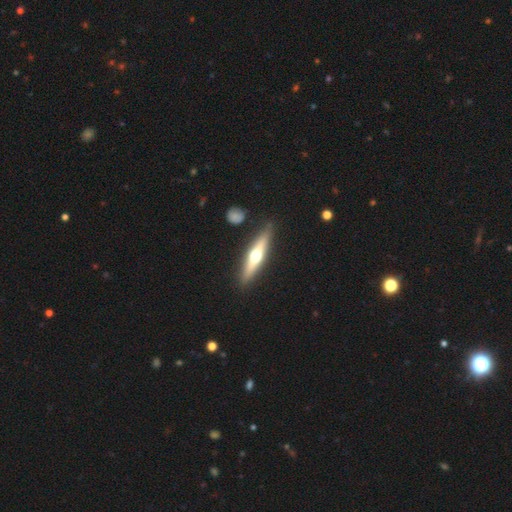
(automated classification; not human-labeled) Q: Smooth or featured?
A: featured or disk (61%); runner-up: smooth (34%)
Q: Edge-on disk?
A: yes (94%); runner-up: no (6%)
Q: Edge-on bulge?
A: rounded (94%); runner-up: none (4%)
Q: Merging?
A: none (87%); runner-up: minor disturbance (9%)